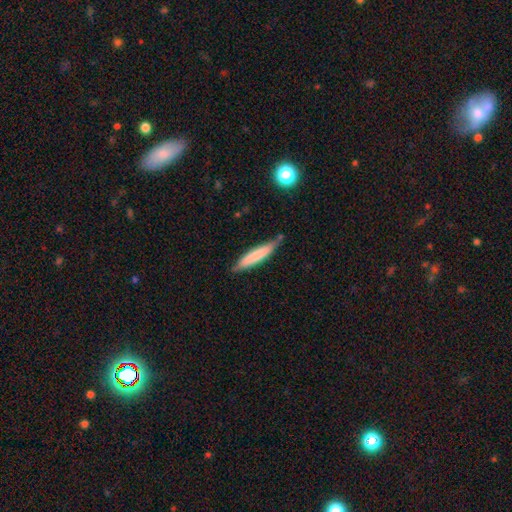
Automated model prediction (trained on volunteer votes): A smooth galaxy with no disk features (75%) that is cigar-shaped (91%). Merging: none (75%).